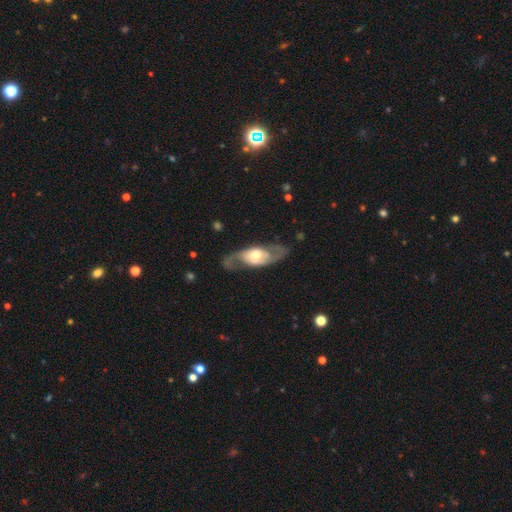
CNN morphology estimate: This appears to be a featured or disk galaxy (75%) with no bar (62%), spiral arms (78%) and a moderate central bulge (57%). Merging: none (71%).